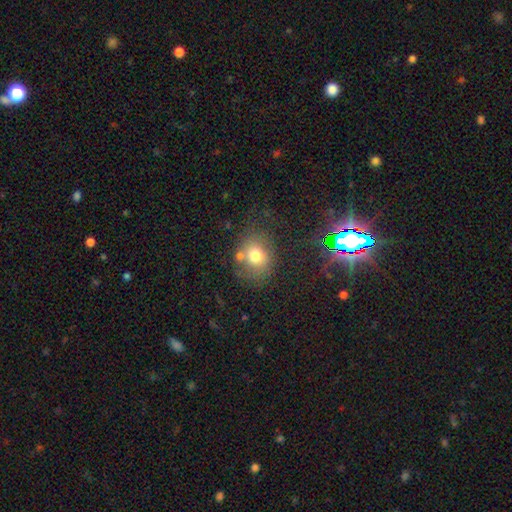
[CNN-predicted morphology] smooth-or-featured: smooth: 71% | featured or disk: 16% | star or artifact: 13%
  how-rounded: round: 68% | in between: 31% | cigar-shaped: 1%
  merging: none: 57% | minor disturbance: 18% | merger: 14% | major disturbance: 10%